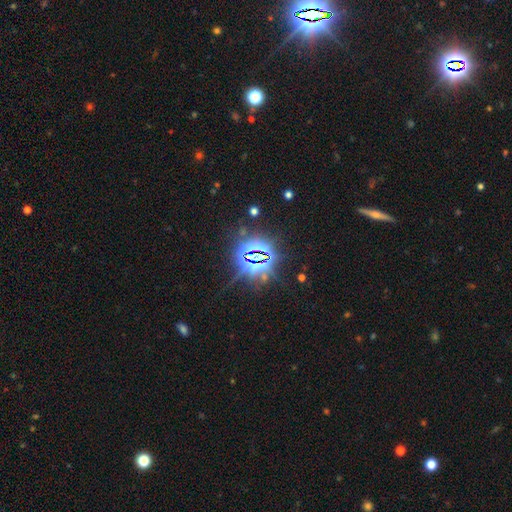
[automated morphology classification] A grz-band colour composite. It shows a star or artifact, not a galaxy (82%).